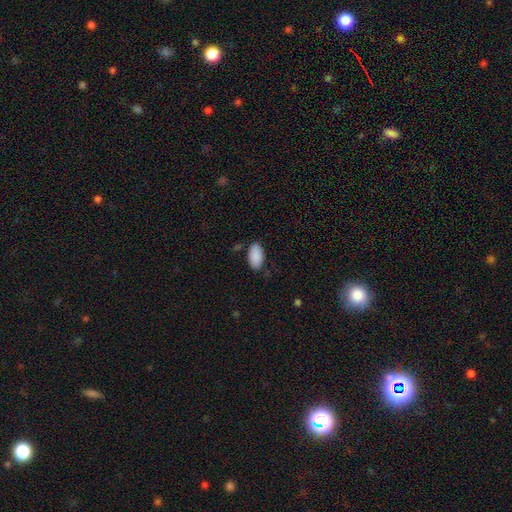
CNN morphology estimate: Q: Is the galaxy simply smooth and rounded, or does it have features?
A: smooth — 90%.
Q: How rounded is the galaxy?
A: in between — 95%.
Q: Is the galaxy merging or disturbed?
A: none — 79%.